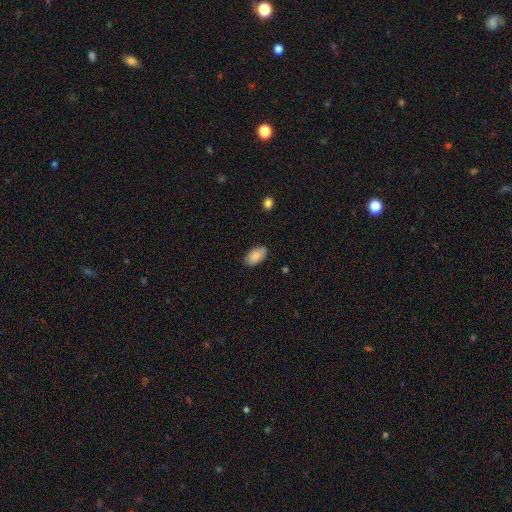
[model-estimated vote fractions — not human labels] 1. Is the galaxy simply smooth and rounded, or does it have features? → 85% smooth, 8% featured or disk, 6% star or artifact.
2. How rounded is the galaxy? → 95% in between, 4% round, 2% cigar-shaped.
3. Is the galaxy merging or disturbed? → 86% none, 11% minor disturbance, 2% major disturbance, 1% merger.